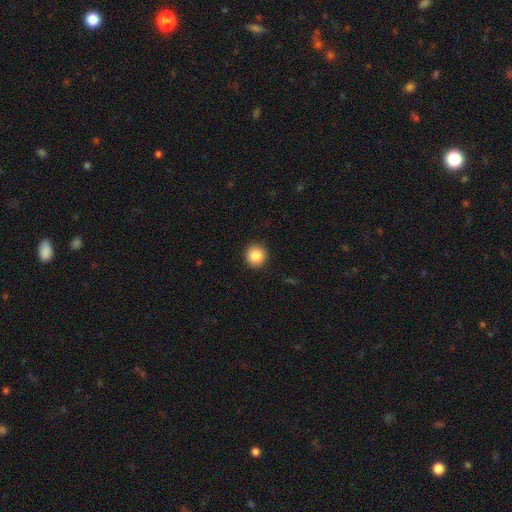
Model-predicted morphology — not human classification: Smooth or featured: smooth — 88% (star or artifact — 9%)
How rounded: round — 92% (in between — 7%)
Merging: none — 91% (minor disturbance — 6%)